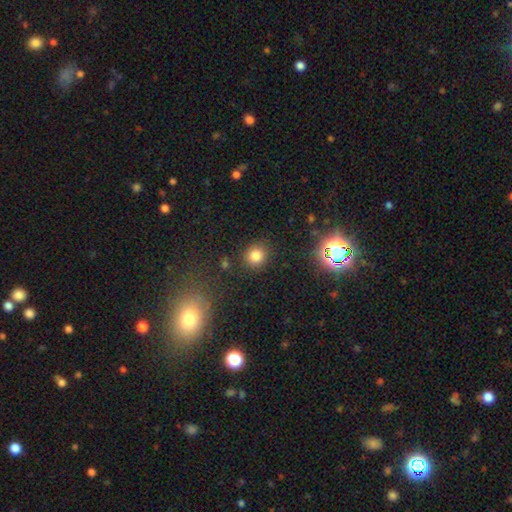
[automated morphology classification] smooth-or-featured: smooth: 80% | star or artifact: 14% | featured or disk: 6%
  how-rounded: round: 85% | in between: 14% | cigar-shaped: 1%
  merging: none: 86% | minor disturbance: 9% | major disturbance: 3% | merger: 3%